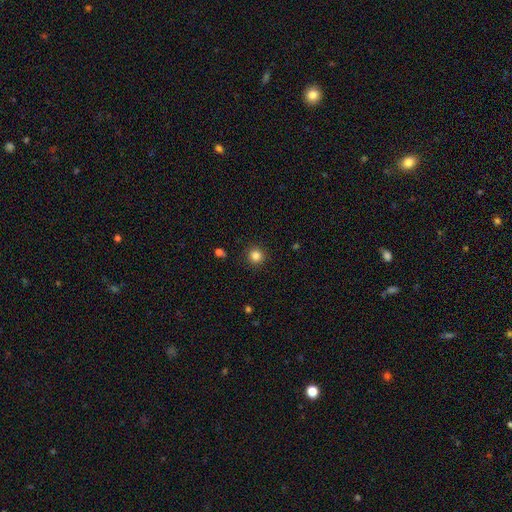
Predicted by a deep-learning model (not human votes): Smooth or featured: smooth — 84% (star or artifact — 12%)
How rounded: round — 95% (in between — 4%)
Merging: none — 92% (minor disturbance — 5%)